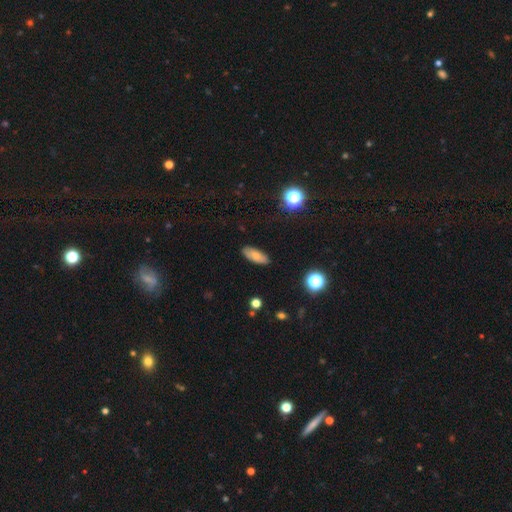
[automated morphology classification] smooth_or_featured: smooth (p=0.73) [alt: featured or disk p=0.17]
how_rounded: in between (p=0.77) [alt: cigar-shaped p=0.19]
merging: none (p=0.86) [alt: minor disturbance p=0.10]